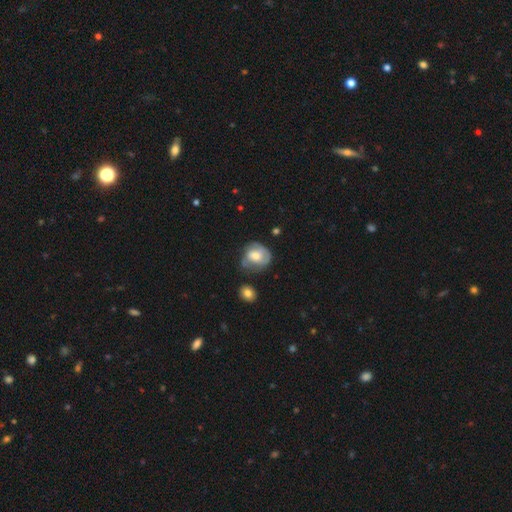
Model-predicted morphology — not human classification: This appears to be a smooth galaxy with no disk features (50%). Merging: none (47%).